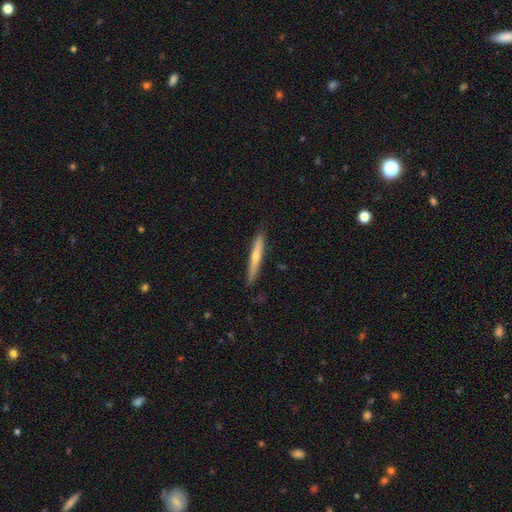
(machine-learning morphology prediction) type=featured or disk (50%); edge-on=yes (94%); merging=none (86%).